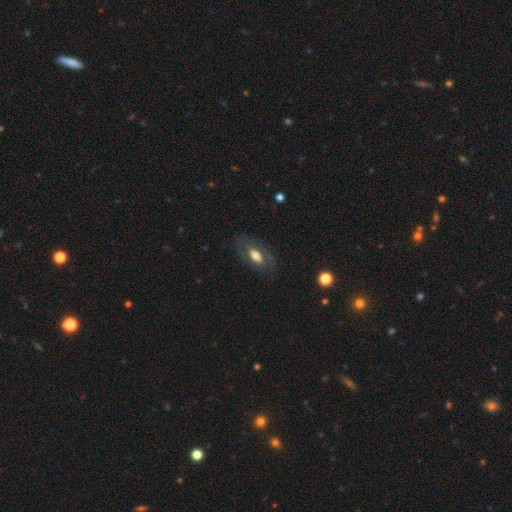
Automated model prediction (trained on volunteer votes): Smooth or featured?
  - smooth: 46% * (tied)
  - featured or disk: 46% * (tied)
  - star or artifact: 8%
Merging?
  - none: 75% *
  - minor disturbance: 15%
  - major disturbance: 9%
  - merger: 1%